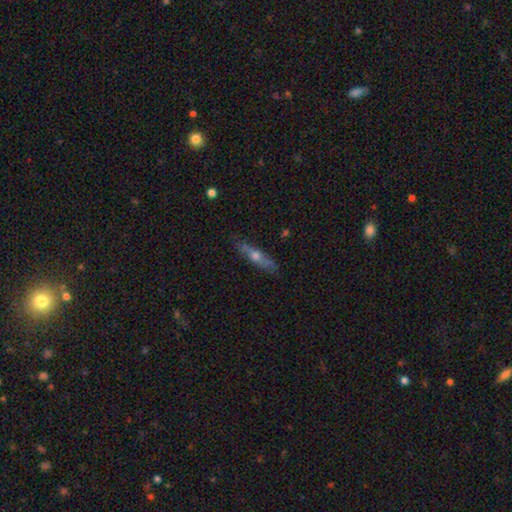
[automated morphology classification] Q: Smooth or featured?
A: featured or disk (55%); runner-up: smooth (38%)
Q: Edge-on disk?
A: yes (84%); runner-up: no (16%)
Q: Merging?
A: none (82%); runner-up: minor disturbance (14%)